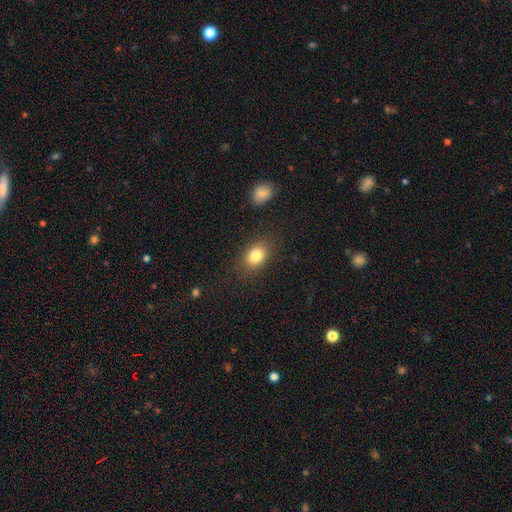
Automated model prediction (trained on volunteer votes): Smooth or featured? smooth (82%)
How rounded? in between (72%)
Merging? none (82%)